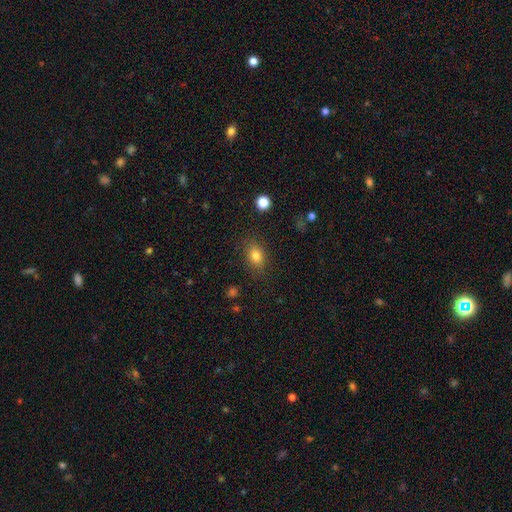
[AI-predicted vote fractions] Morphology: type=smooth (80%); roundness=in between (74%); merging=none (82%).